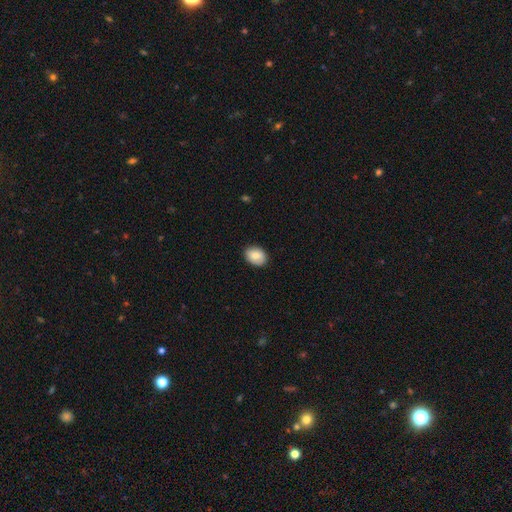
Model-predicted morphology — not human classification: A smooth galaxy with no disk features (82%) that is in between round and cigar-shaped (74%).

Vote fractions:
- Smooth or featured? smooth: 82% / featured or disk: 11% / star or artifact: 7%
- How rounded? in between: 74% / round: 25% / cigar-shaped: 1%
- Merging? none: 87% / minor disturbance: 10% / major disturbance: 2% / merger: 1%